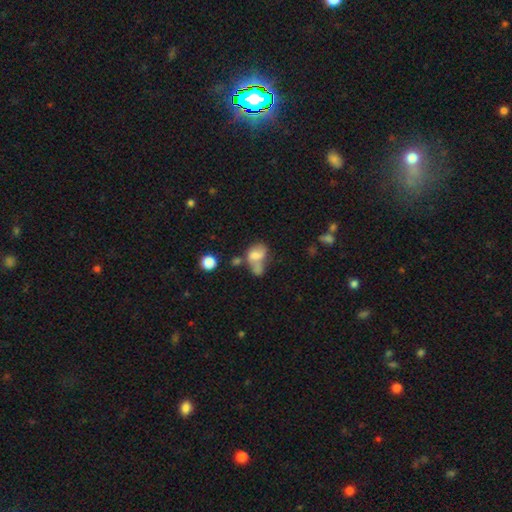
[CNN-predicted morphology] Smooth or featured?
  - smooth: 63% *
  - featured or disk: 25%
  - star or artifact: 12%
How rounded?
  - in between: 76% *
  - round: 22%
  - cigar-shaped: 2%
Merging?
  - merger: 50% *
  - major disturbance: 18%
  - none: 18%
  - minor disturbance: 14%